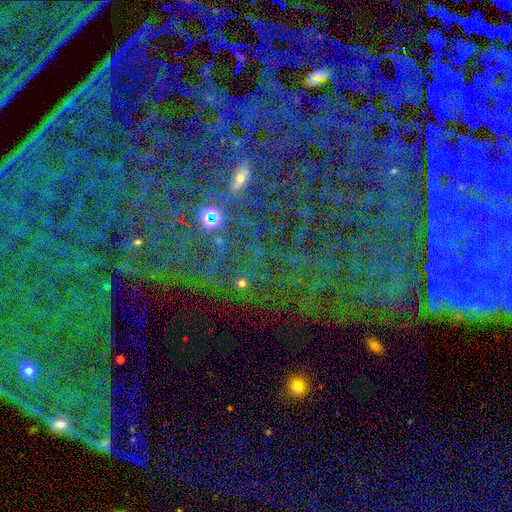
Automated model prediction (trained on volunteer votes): smooth_or_featured: star or artifact (p=0.83) [alt: smooth p=0.08]